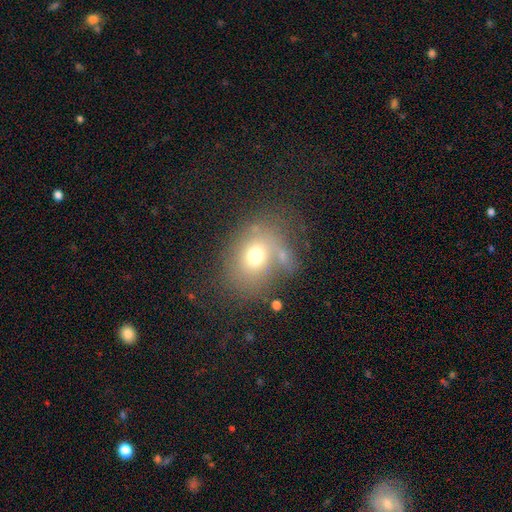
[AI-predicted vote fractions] Smooth or featured: smooth — 66% (featured or disk — 19%)
How rounded: in between — 52% (round — 47%)
Merging: none — 56% (minor disturbance — 20%)